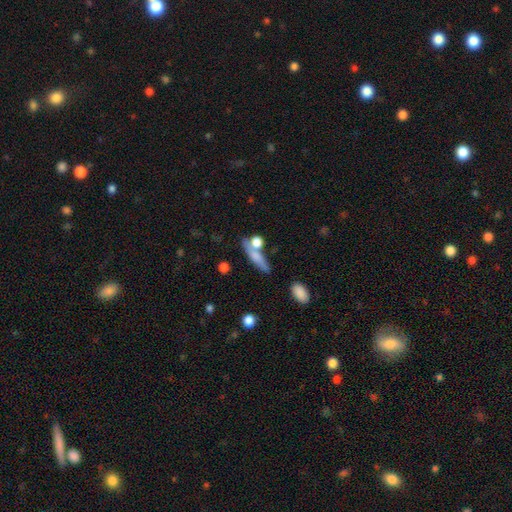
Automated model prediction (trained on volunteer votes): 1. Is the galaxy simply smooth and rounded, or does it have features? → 66% smooth, 26% featured or disk, 9% star or artifact.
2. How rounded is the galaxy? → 62% cigar-shaped, 27% in between, 11% round.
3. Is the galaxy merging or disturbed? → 54% none, 24% merger, 15% minor disturbance, 7% major disturbance.